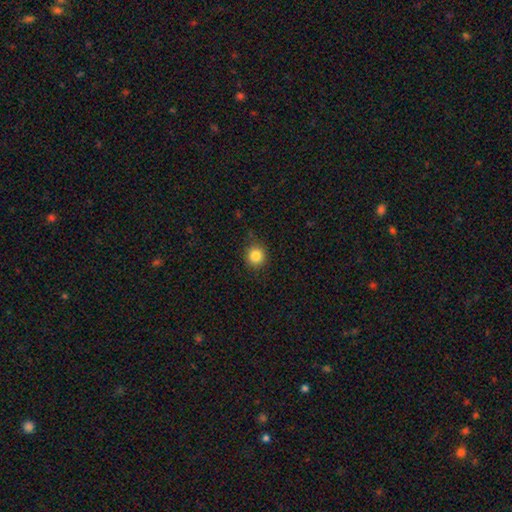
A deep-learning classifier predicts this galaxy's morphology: The model was most divided on "smooth or featured": smooth: 85%, star or artifact: 11%, featured or disk: 5%. More confident: how rounded — round (91%); merging — none (86%).